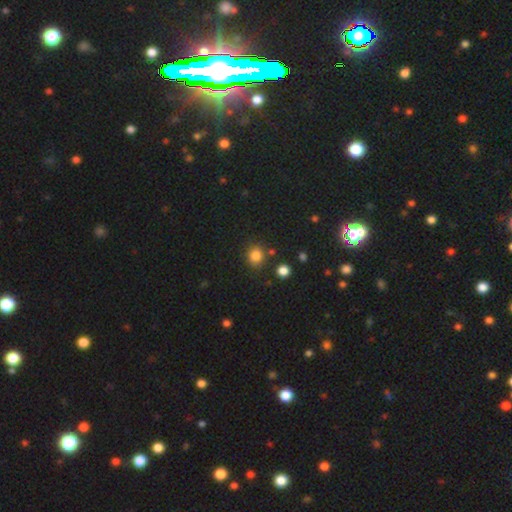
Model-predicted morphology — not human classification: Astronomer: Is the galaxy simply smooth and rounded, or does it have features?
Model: smooth — 83%.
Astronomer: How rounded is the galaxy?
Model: round — 79%.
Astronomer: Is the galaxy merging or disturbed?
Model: none — 83%.